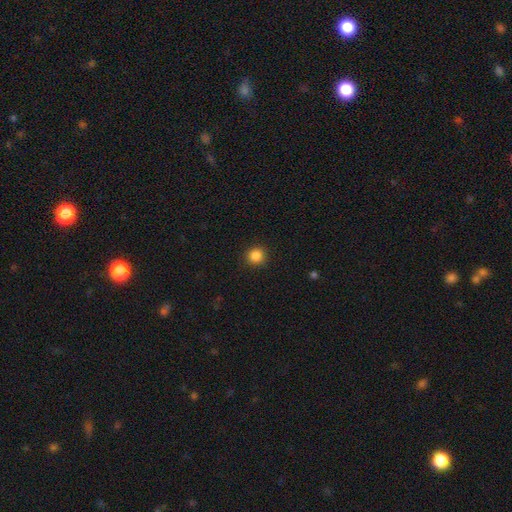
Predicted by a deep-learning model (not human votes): smooth_or_featured: smooth (p=0.86) [alt: star or artifact p=0.11]
how_rounded: round (p=0.93) [alt: in between p=0.06]
merging: none (p=0.91) [alt: minor disturbance p=0.06]